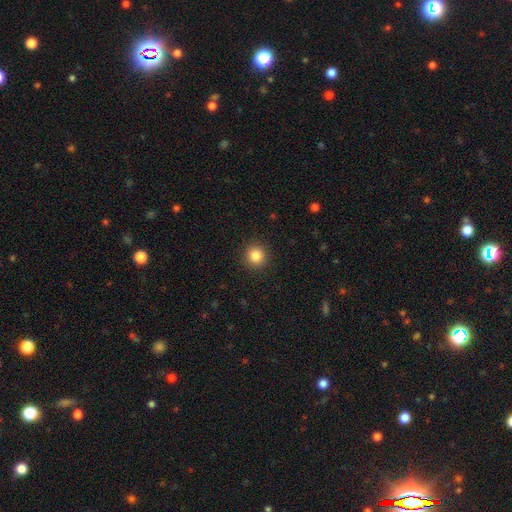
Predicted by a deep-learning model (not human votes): A smooth galaxy with no disk features (85%) that is round (93%). Merging: none (91%).